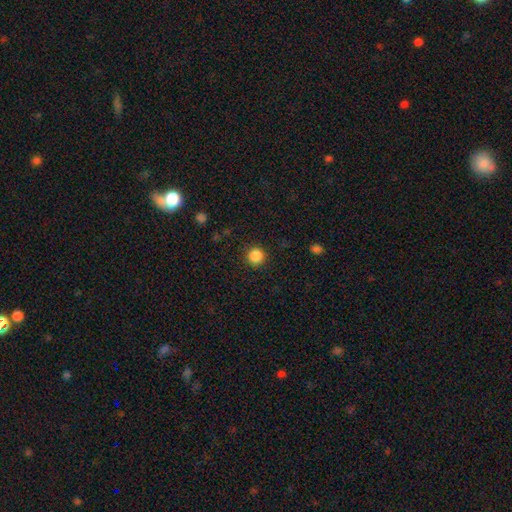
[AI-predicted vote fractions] A smooth galaxy with no disk features (86%) that is round (95%). Merging: none (91%).